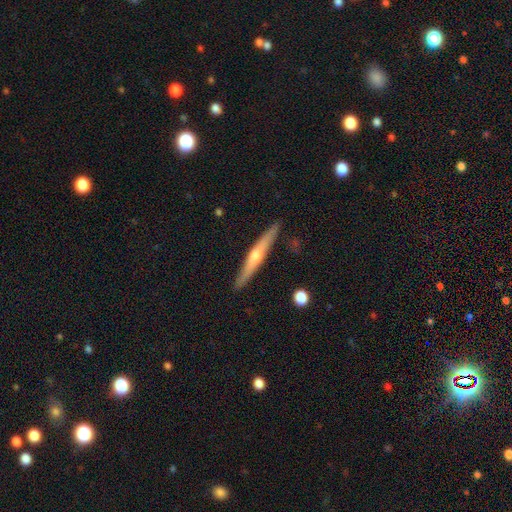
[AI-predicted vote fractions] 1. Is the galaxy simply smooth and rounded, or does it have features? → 61% featured or disk, 33% smooth, 5% star or artifact.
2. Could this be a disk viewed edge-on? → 96% yes, 4% no.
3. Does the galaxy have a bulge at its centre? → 78% rounded, 18% none, 4% boxy.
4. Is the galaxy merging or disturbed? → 90% none, 8% minor disturbance, 1% major disturbance, 1% merger.